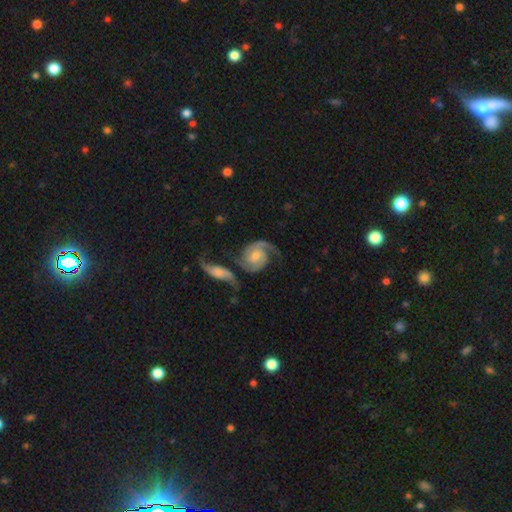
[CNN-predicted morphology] A featured or disk galaxy (88%) with no bar (60%), 2 (85%) medium (46%) spiral arms (97%) and a moderate central bulge (51%).

Vote fractions:
- Smooth or featured? featured or disk: 88% / smooth: 8% / star or artifact: 5%
- Edge-on disk? no: 97% / yes: 3%
- Bar? no: 60% / weak: 32% / strong: 8%
- Spiral arms? yes: 97% / no: 3%
- Spiral winding? medium: 46% / tight: 33% / loose: 21%
- Spiral arm count? 2: 85% / 1: 6% / can't tell: 4% / 3: 3% / 4: 1% / more than 4: 1%
- Bulge size? moderate: 51% / small: 37% / large: 5% / none: 5% / dominant: 1%
- Merging? none: 51% / merger: 20% / minor disturbance: 17% / major disturbance: 12%